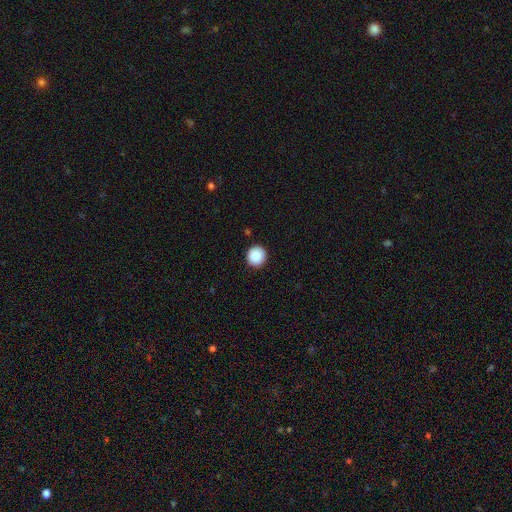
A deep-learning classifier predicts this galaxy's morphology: smooth 89%, star or artifact 8%, featured or disk 3%. Down the decision tree: how rounded — round (94%); merging — none (92%).